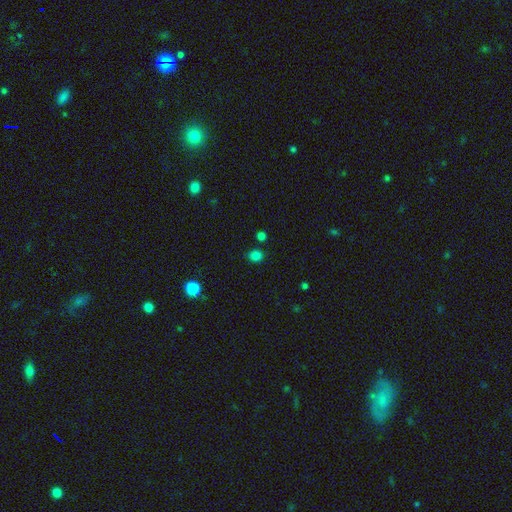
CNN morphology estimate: smooth 80%, star or artifact 16%, featured or disk 4%. Down the decision tree: how rounded — round (73%); merging — none (83%).